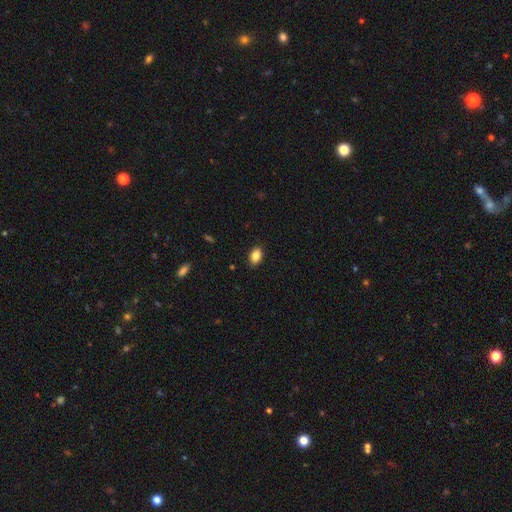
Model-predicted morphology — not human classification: This appears to be a smooth galaxy with no disk features (87%) that is in between round and cigar-shaped (87%). Merging: none (88%).